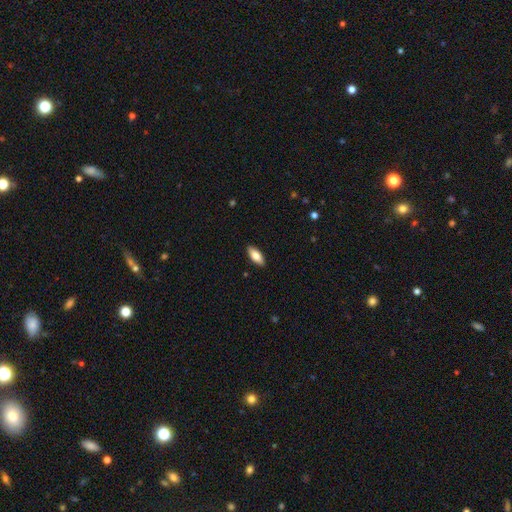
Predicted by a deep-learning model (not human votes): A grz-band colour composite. It shows a smooth galaxy with no disk features (79%) that is in between round and cigar-shaped (78%). Merging: none (90%).